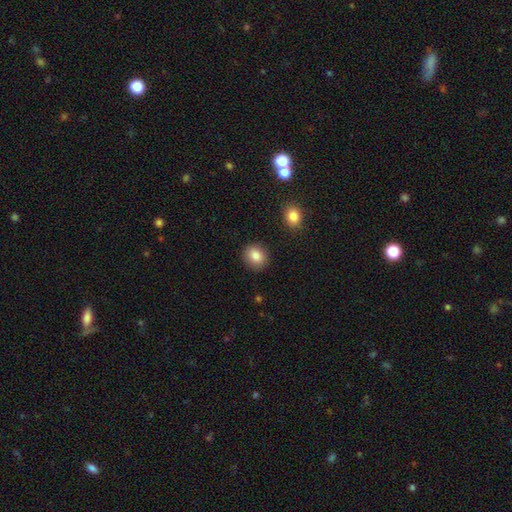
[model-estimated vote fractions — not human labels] Smooth or featured?
  - smooth: 84% *
  - star or artifact: 9%
  - featured or disk: 7%
How rounded?
  - round: 67% *
  - in between: 32%
  - cigar-shaped: 1%
Merging?
  - none: 88% *
  - minor disturbance: 7%
  - major disturbance: 2%
  - merger: 2%